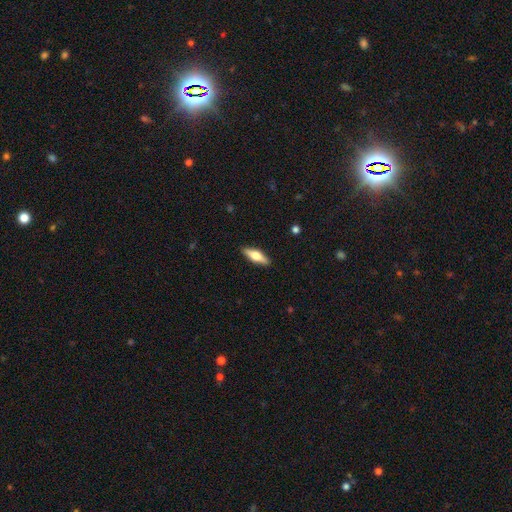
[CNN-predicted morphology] Q: Smooth or featured?
A: smooth (54%); runner-up: featured or disk (40%)
Q: How rounded?
A: cigar-shaped (49%); runner-up: in between (48%)
Q: Merging?
A: none (90%); runner-up: minor disturbance (8%)